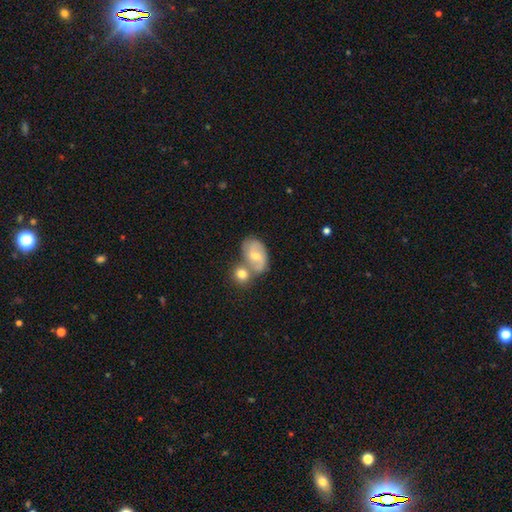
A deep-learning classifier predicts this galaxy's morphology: type=featured or disk (47%); merging=merger (47%).